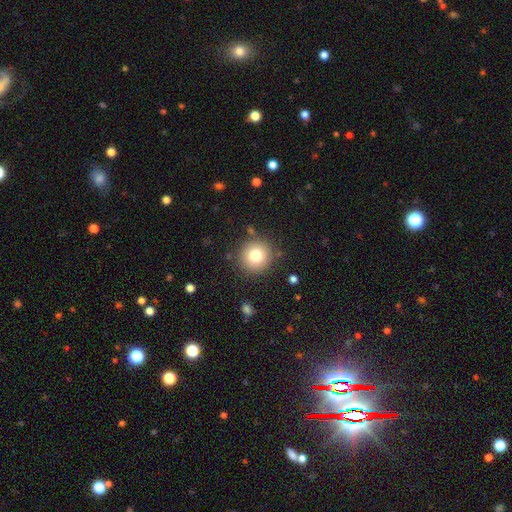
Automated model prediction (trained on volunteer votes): smooth-or-featured: smooth: 78% | star or artifact: 12% | featured or disk: 11%
  how-rounded: round: 93% | in between: 6% | cigar-shaped: 1%
  merging: none: 87% | minor disturbance: 8% | major disturbance: 3% | merger: 2%